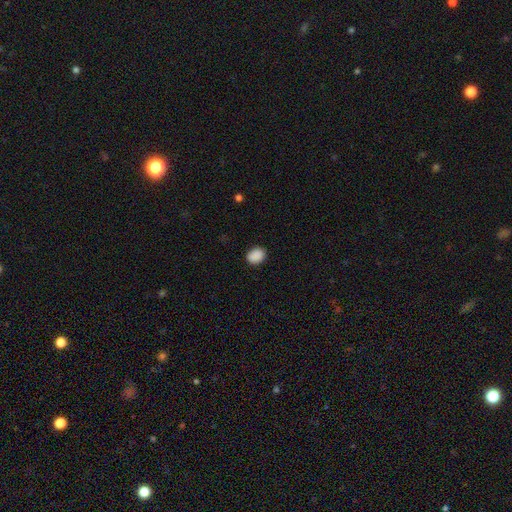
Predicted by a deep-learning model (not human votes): smooth-or-featured: smooth: 89% | star or artifact: 8% | featured or disk: 3%
  how-rounded: in between: 52% | round: 47% | cigar-shaped: 1%
  merging: none: 87% | minor disturbance: 10% | major disturbance: 2% | merger: 1%